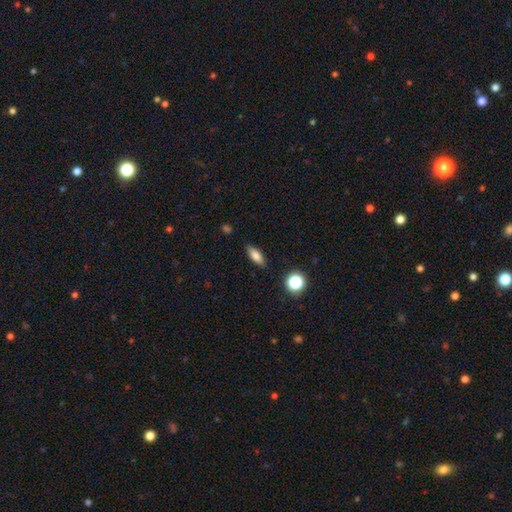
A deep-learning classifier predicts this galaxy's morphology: A smooth galaxy with no disk features (73%) that is in between round and cigar-shaped (63%). Merging: none (86%).